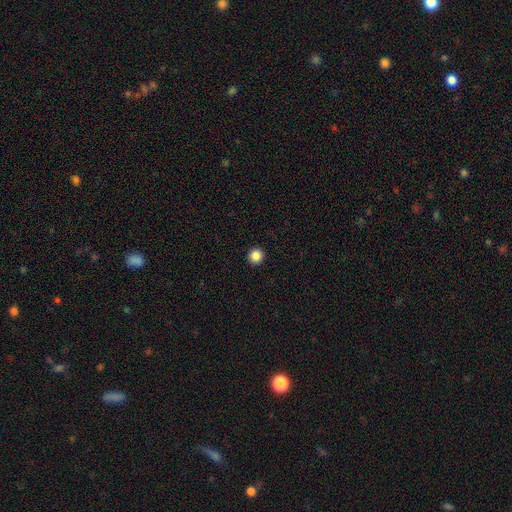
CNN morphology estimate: Smooth or featured? smooth (86%)
How rounded? round (95%)
Merging? none (94%)